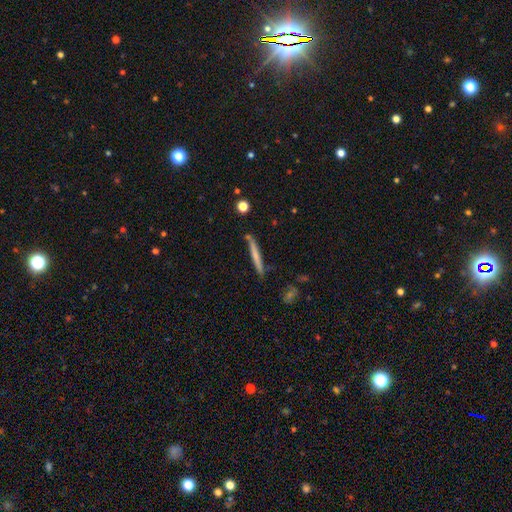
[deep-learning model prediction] smooth-or-featured: smooth: 58% | featured or disk: 36% | star or artifact: 6%
  how-rounded: cigar-shaped: 96% | in between: 3% | round: 1%
  merging: none: 81% | minor disturbance: 13% | merger: 4% | major disturbance: 3%